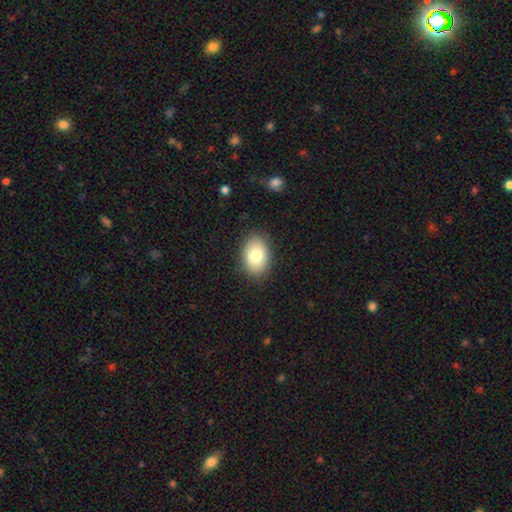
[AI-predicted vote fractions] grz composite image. It shows a smooth galaxy with no disk features (79%) that is in between round and cigar-shaped (83%). Merging: none (87%).